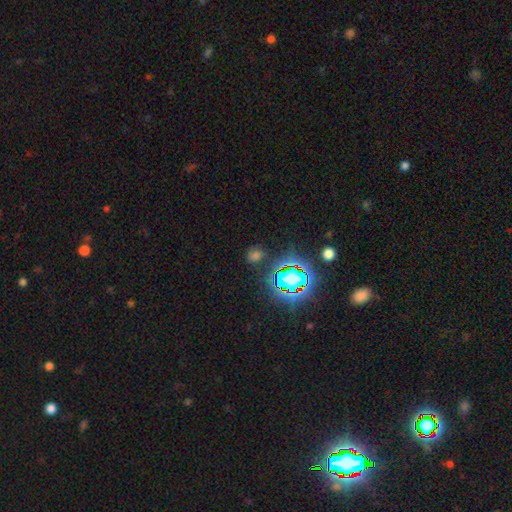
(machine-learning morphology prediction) This appears to be a smooth galaxy with no disk features (50%) that is round (66%). Merging: none (79%).